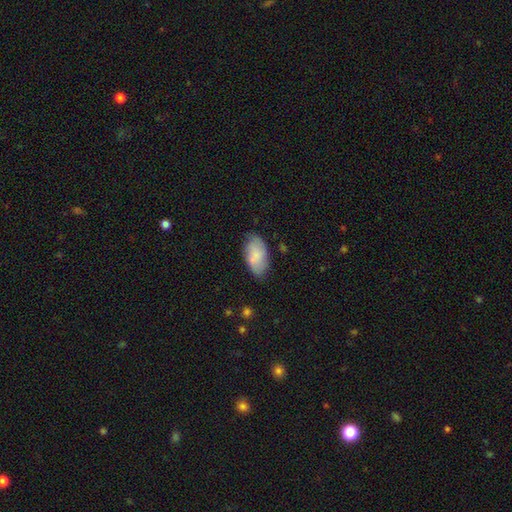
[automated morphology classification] A smooth galaxy with no disk features (77%) that is in between round and cigar-shaped (95%).

Vote fractions:
- Smooth or featured? smooth: 77% / featured or disk: 17% / star or artifact: 6%
- How rounded? in between: 95% / round: 3% / cigar-shaped: 2%
- Merging? none: 71% / minor disturbance: 22% / major disturbance: 5% / merger: 3%